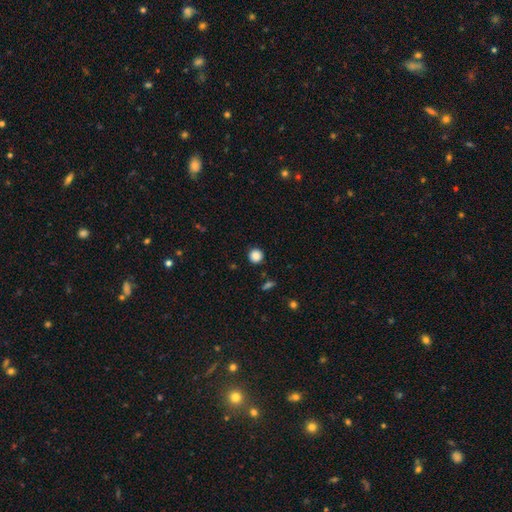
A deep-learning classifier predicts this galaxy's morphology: smooth-or-featured: smooth: 87% | star or artifact: 10% | featured or disk: 3%
  how-rounded: round: 95% | in between: 4% | cigar-shaped: 1%
  merging: none: 91% | minor disturbance: 6% | major disturbance: 2% | merger: 1%